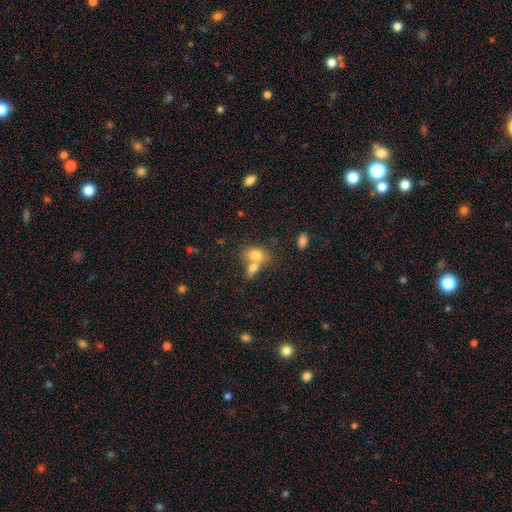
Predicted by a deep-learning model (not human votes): Smooth or featured?
  - smooth: 76% *
  - featured or disk: 14%
  - star or artifact: 9%
How rounded?
  - in between: 79% *
  - round: 19%
  - cigar-shaped: 2%
Merging?
  - merger: 60% *
  - none: 28%
  - minor disturbance: 8%
  - major disturbance: 4%